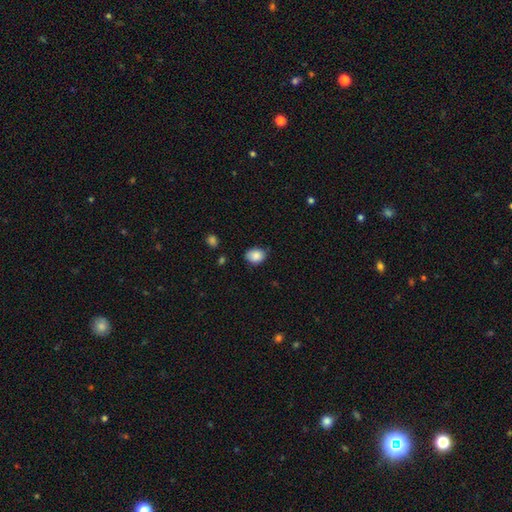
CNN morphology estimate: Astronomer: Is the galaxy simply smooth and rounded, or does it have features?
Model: smooth — 87%.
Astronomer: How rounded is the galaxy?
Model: in between — 57% (runner-up: round, 42%).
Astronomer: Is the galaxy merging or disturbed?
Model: none — 70%.